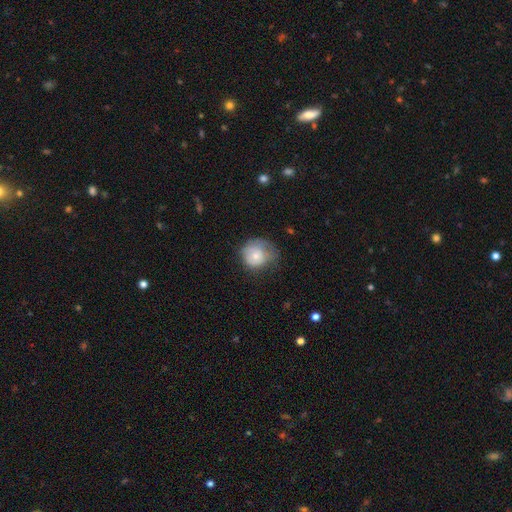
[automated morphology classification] Smooth or featured? Predicted: smooth (p=0.70). How rounded? Predicted: round (p=0.76). Merging? Predicted: none (p=0.39).